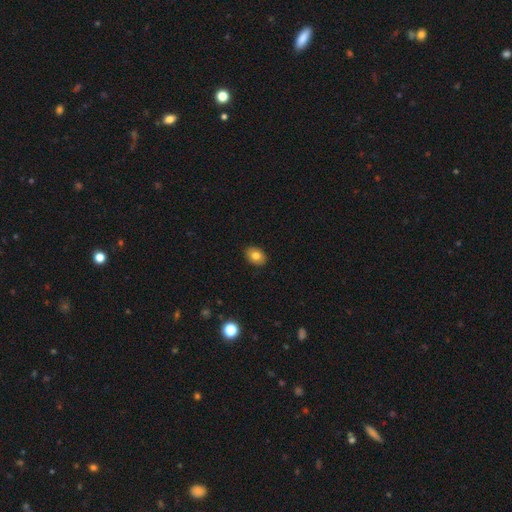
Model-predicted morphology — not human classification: smooth-or-featured: smooth: 81% | featured or disk: 10% | star or artifact: 9%
  how-rounded: in between: 70% | round: 29% | cigar-shaped: 1%
  merging: none: 90% | minor disturbance: 8% | major disturbance: 2% | merger: 1%